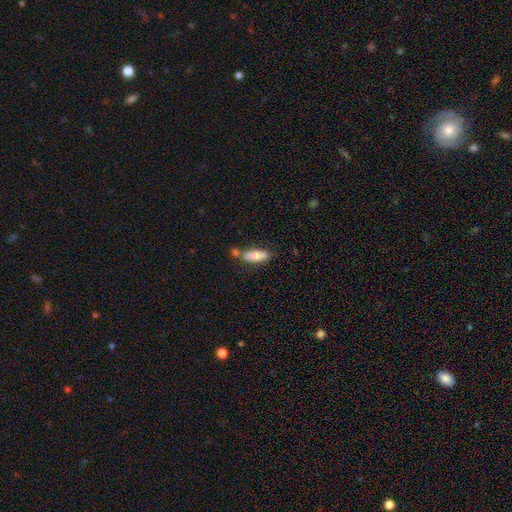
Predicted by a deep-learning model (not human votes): Smooth or featured? Predicted: smooth (p=0.75). How rounded? Predicted: in between (p=0.72). Merging? Predicted: none (p=0.58).